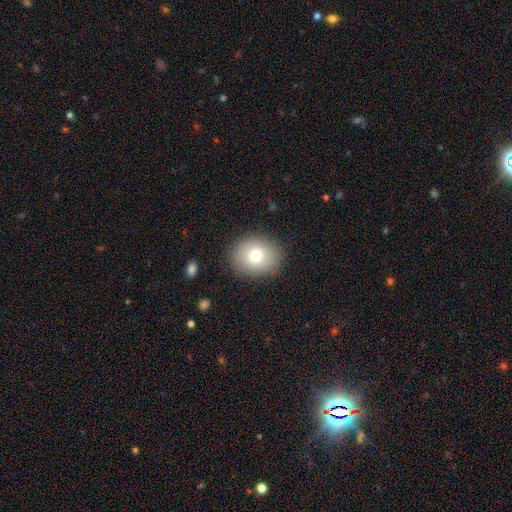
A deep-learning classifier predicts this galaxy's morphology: This is likely a smooth galaxy (77%). How rounded: likely round (63%). Merging: clearly none (87%).